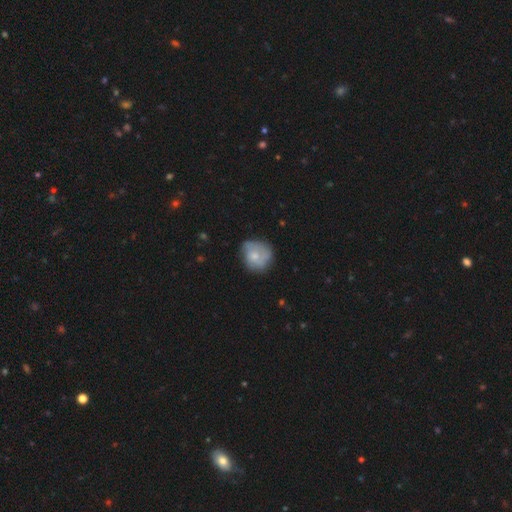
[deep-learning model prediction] This is likely a smooth galaxy (61%). How rounded: likely round (78%). Merging: possibly none (58%).